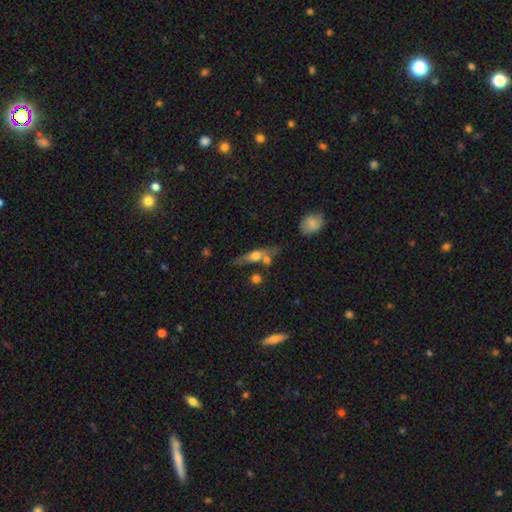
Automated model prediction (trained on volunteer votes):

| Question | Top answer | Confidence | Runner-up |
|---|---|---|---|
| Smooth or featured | smooth | 49% | featured or disk (43%) |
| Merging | none | 50% | merger (26%) |